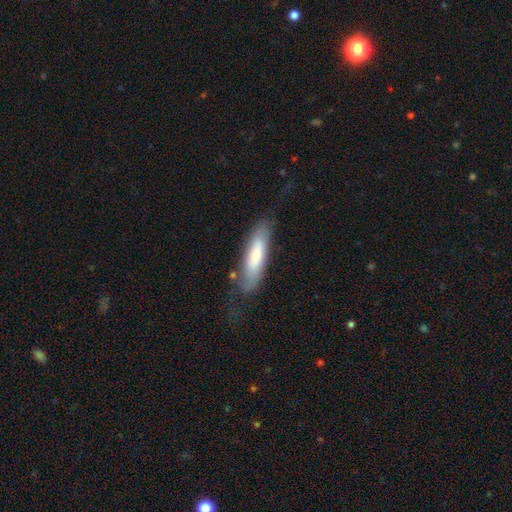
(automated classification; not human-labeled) The model was most divided on "how rounded": cigar-shaped: 59%, in between: 40%, round: 2%. More confident: merging — none (65%); smooth or featured — smooth (60%).